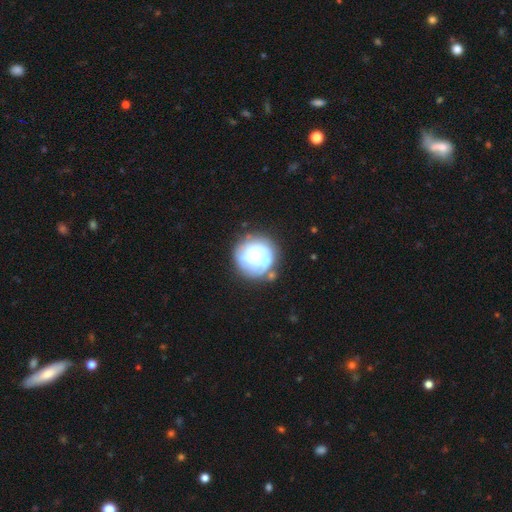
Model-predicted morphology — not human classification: This is possibly a featured or disk galaxy (53%). It is clearly not viewed edge-on (98%). Bar: clearly no (85%). Spiral arm pattern: possibly no (51%). Central bulge: possibly moderate (55%). Merging: likely none (68%).